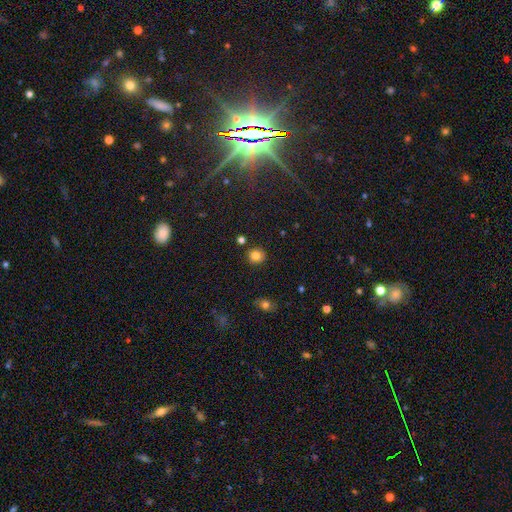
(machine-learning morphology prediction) Smooth or featured? smooth (82%)
How rounded? round (89%)
Merging? none (88%)